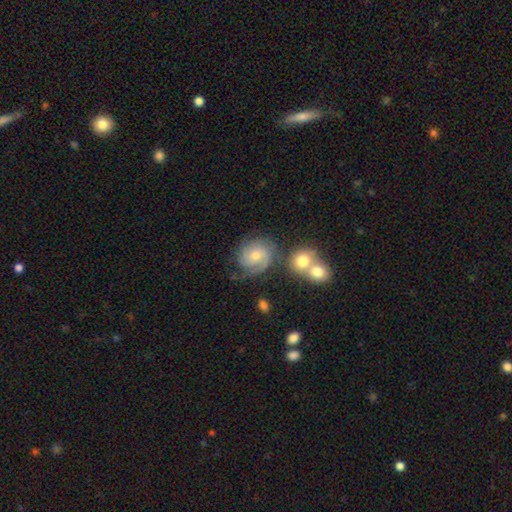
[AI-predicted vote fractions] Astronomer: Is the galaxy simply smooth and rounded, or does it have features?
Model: featured or disk — 67%.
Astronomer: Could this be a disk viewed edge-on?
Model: no — 98%.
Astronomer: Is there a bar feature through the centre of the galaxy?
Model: no — 68%.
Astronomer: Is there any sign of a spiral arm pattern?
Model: yes — 92%.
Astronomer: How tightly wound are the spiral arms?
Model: tight — 54% (runner-up: medium, 36%).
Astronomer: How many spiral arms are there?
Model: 2 — 34% (runner-up: 3, 28%).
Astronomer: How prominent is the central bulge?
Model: moderate — 52% (runner-up: small, 40%).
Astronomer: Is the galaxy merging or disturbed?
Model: none — 63%.